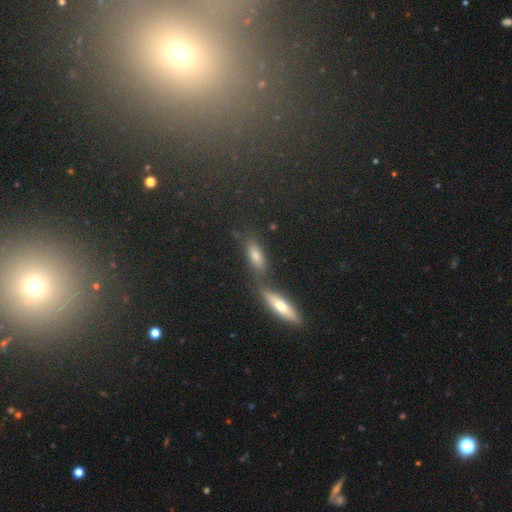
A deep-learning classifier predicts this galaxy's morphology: This appears to be a smooth galaxy with no disk features (69%) that is in between round and cigar-shaped (63%). Merging: none (54%).